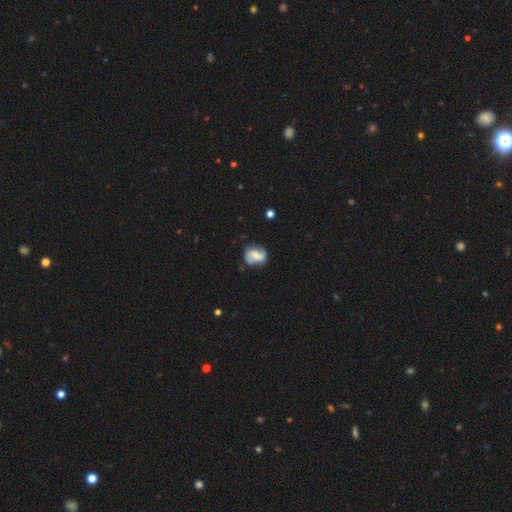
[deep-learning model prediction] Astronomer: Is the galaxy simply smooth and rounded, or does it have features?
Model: featured or disk — 55% (runner-up: smooth, 38%).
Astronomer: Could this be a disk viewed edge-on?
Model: no — 96%.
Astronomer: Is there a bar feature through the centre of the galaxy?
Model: weak — 40% (runner-up: no, 32%).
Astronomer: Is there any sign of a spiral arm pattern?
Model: yes — 80%.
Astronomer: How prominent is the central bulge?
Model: small — 42% (runner-up: moderate, 39%).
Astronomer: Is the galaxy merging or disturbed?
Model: none — 64%.